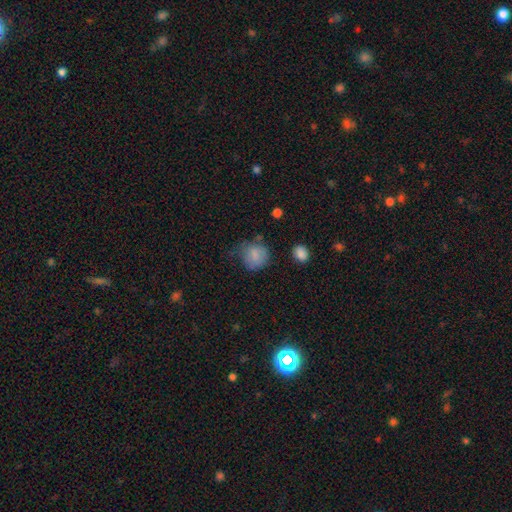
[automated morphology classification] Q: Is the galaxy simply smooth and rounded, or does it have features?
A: smooth — 81%.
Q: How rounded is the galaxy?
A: round — 77%.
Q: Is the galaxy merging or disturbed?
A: none — 52%.